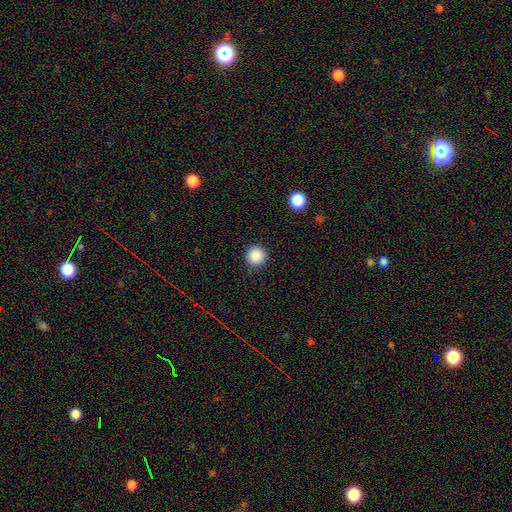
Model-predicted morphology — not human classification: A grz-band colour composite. It shows a smooth galaxy with no disk features (87%) that is round (96%). Merging: none (92%).